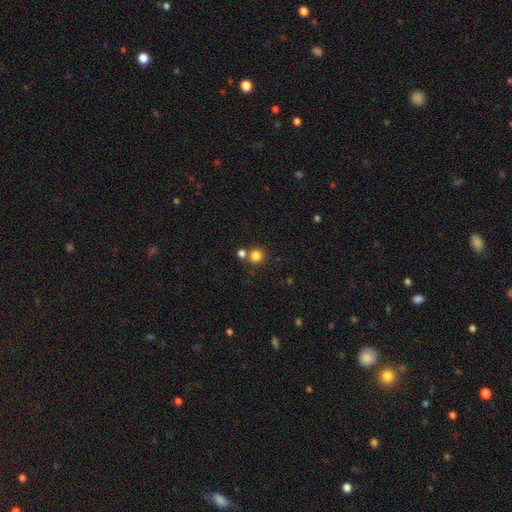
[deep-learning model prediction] smooth-or-featured: smooth: 82% | star or artifact: 13% | featured or disk: 5%
  how-rounded: round: 92% | in between: 7% | cigar-shaped: 1%
  merging: none: 67% | merger: 22% | minor disturbance: 7% | major disturbance: 3%